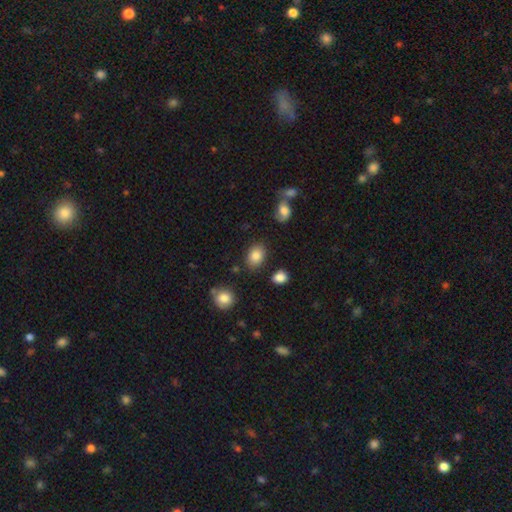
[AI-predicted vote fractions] A smooth galaxy with no disk features (84%) that is in between round and cigar-shaped (74%).

Vote fractions:
- Smooth or featured? smooth: 84% / star or artifact: 9% / featured or disk: 7%
- How rounded? in between: 74% / round: 24% / cigar-shaped: 1%
- Merging? none: 81% / minor disturbance: 12% / merger: 4% / major disturbance: 3%